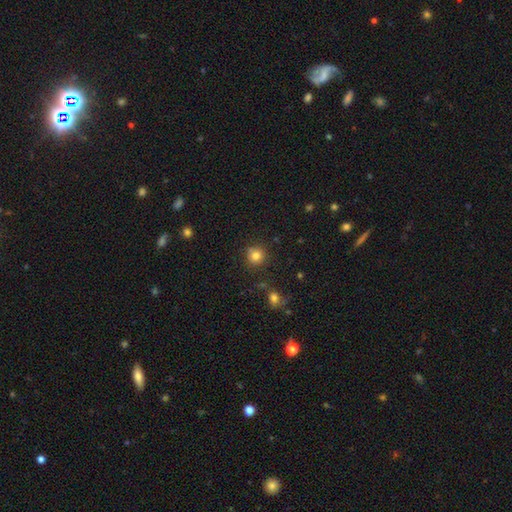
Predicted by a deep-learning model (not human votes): Smooth or featured?
  - smooth: 81% *
  - star or artifact: 13%
  - featured or disk: 6%
How rounded?
  - round: 91% *
  - in between: 8%
  - cigar-shaped: 1%
Merging?
  - none: 82% *
  - minor disturbance: 10%
  - merger: 6%
  - major disturbance: 3%